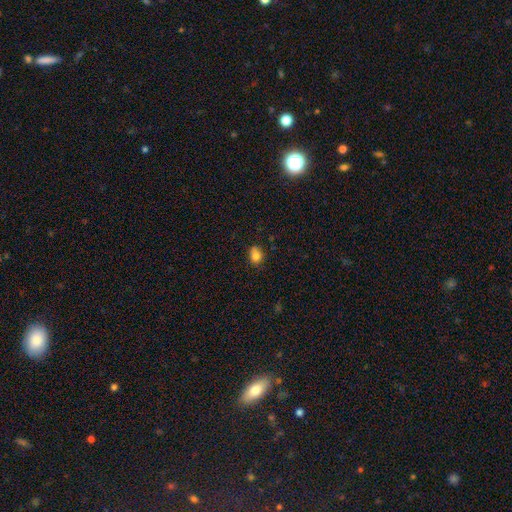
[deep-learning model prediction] smooth_or_featured: smooth (p=0.82) [alt: star or artifact p=0.12]
how_rounded: in between (p=0.64) [alt: round p=0.35]
merging: none (p=0.69) [alt: minor disturbance p=0.24]